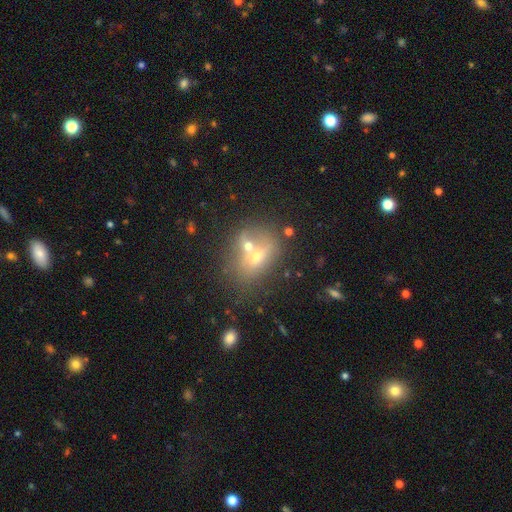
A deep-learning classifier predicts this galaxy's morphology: A smooth galaxy with no disk features (53%) that is in between round and cigar-shaped (52%).

Vote fractions:
- Smooth or featured? smooth: 53% / featured or disk: 32% / star or artifact: 16%
- How rounded? in between: 52% / round: 45% / cigar-shaped: 3%
- Merging? merger: 55% / none: 30% / minor disturbance: 9% / major disturbance: 6%